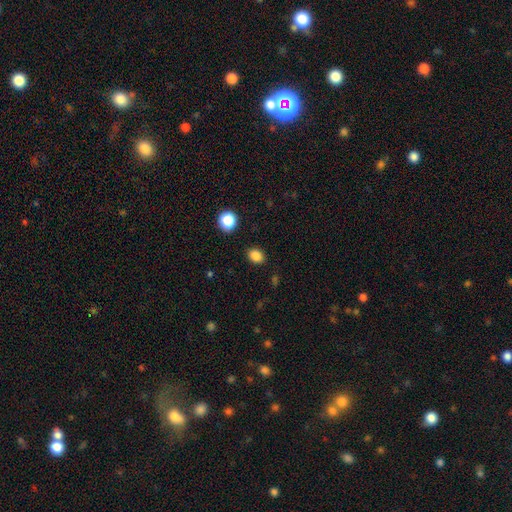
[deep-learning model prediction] Smooth or featured? smooth (85%)
How rounded? in between (62%)
Merging? none (87%)